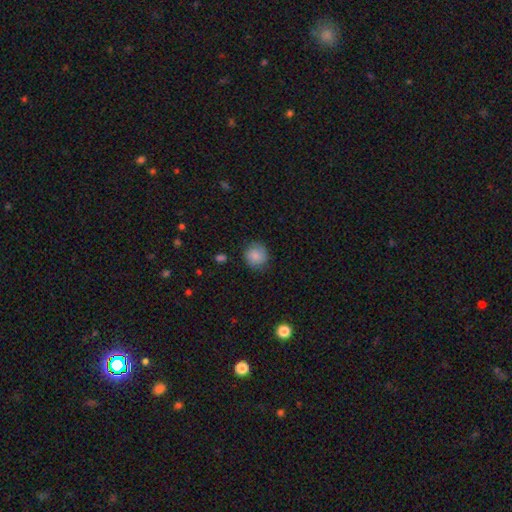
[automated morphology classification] Overall: smooth (84%). How rounded: round (87%). Merging: none (82%).